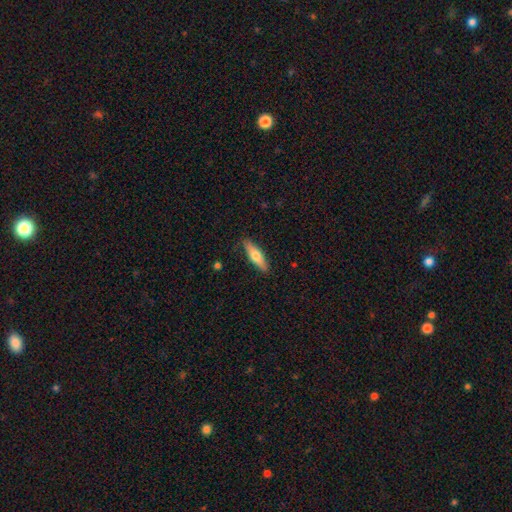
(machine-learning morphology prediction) type=smooth (58%); roundness=cigar-shaped (66%); merging=none (88%).